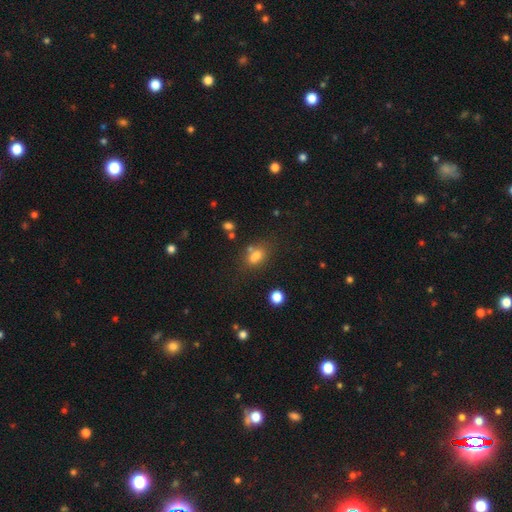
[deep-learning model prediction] A smooth galaxy with no disk features (71%) that is in between round and cigar-shaped (68%).

Vote fractions:
- Smooth or featured? smooth: 71% / star or artifact: 16% / featured or disk: 12%
- How rounded? in between: 68% / round: 28% / cigar-shaped: 3%
- Merging? none: 49% / merger: 28% / minor disturbance: 16% / major disturbance: 7%